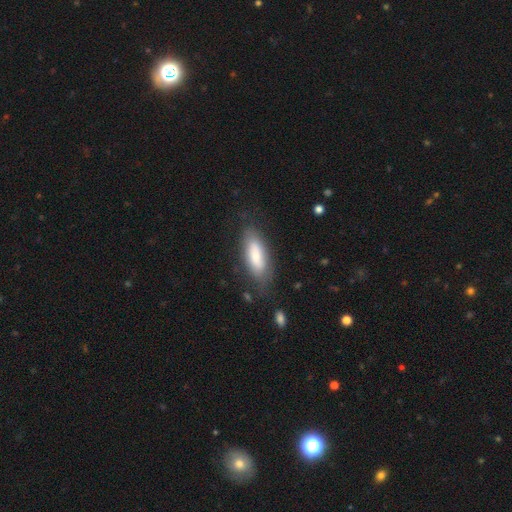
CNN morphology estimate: type=smooth (74%); roundness=in between (72%); merging=none (72%).